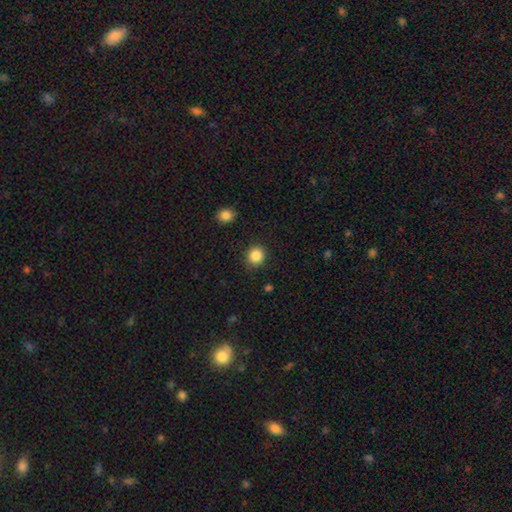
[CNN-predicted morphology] Q: Smooth or featured?
A: smooth (87%); runner-up: star or artifact (10%)
Q: How rounded?
A: round (86%); runner-up: in between (13%)
Q: Merging?
A: none (89%); runner-up: minor disturbance (7%)